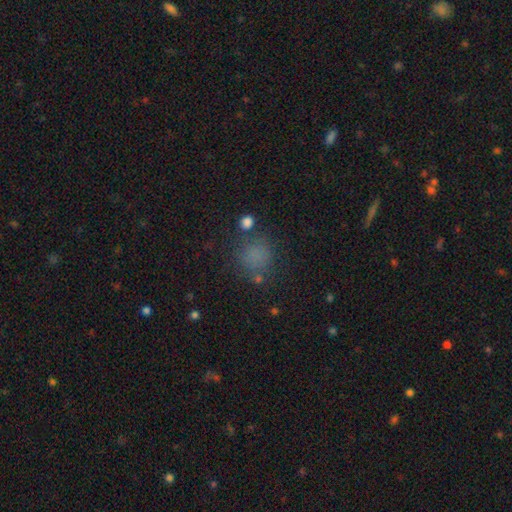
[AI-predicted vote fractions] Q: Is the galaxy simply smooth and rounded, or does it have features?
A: smooth — 72%.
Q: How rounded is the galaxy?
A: round — 84%.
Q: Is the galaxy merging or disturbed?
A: none — 72%.